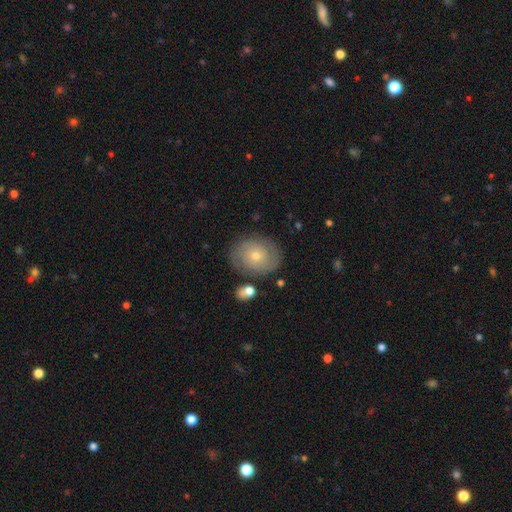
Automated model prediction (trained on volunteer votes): This appears to be a featured or disk galaxy (66%) with no bar (83%), 2 (63%) tight (68%) spiral arms (85%) and a small central bulge (57%). Merging: none (82%).